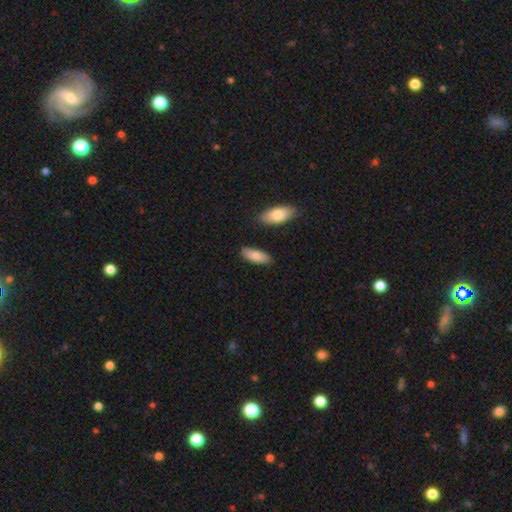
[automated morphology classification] Q: Smooth or featured?
A: smooth (82%); runner-up: featured or disk (13%)
Q: How rounded?
A: in between (74%); runner-up: cigar-shaped (24%)
Q: Merging?
A: none (83%); runner-up: minor disturbance (11%)